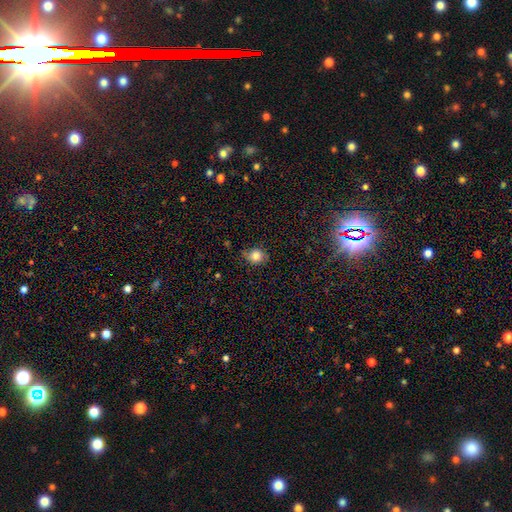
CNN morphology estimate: This is likely a smooth galaxy (78%). How rounded: likely round (73%). Merging: likely none (68%).